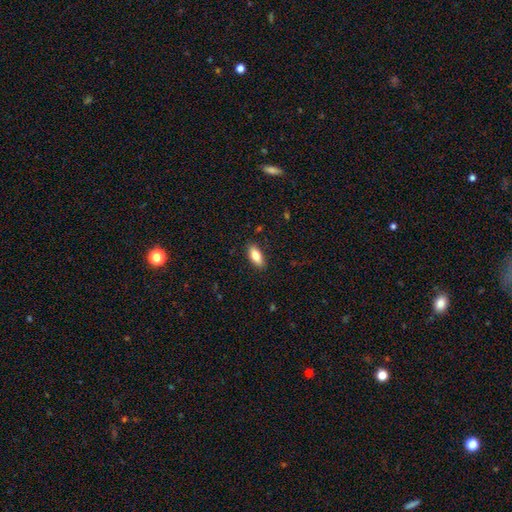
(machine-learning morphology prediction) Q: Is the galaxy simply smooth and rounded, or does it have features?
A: smooth — 78%.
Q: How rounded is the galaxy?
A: in between — 83%.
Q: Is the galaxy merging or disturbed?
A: none — 88%.